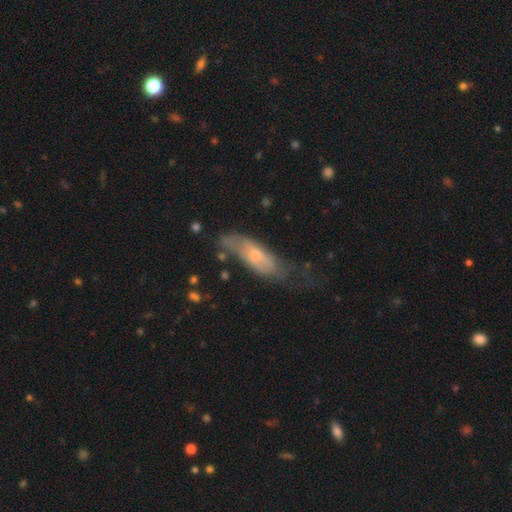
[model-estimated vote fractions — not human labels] Smooth or featured: smooth — 52% (featured or disk — 41%)
How rounded: in between — 53% (cigar-shaped — 45%)
Merging: none — 38% (minor disturbance — 32%)